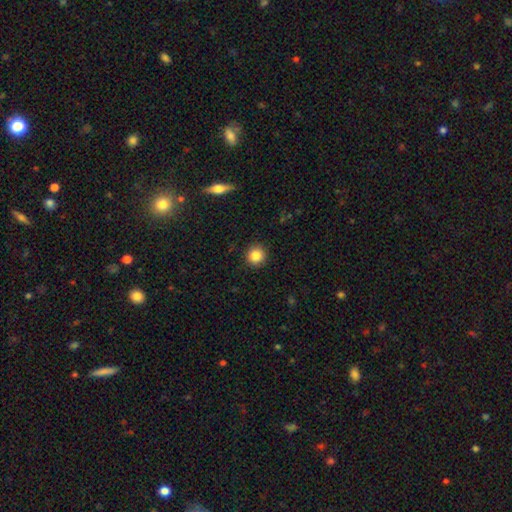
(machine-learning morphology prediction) A smooth galaxy with no disk features (85%) that is round (93%). Merging: none (92%).